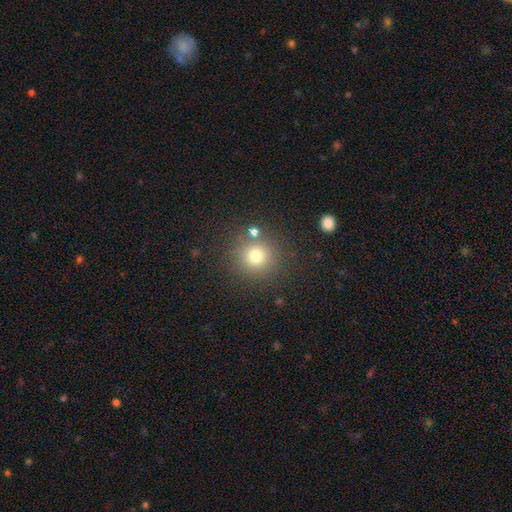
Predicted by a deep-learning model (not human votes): The model was most divided on "smooth or featured": smooth: 74%, star or artifact: 16%, featured or disk: 10%. More confident: how rounded — round (93%); merging — none (81%).